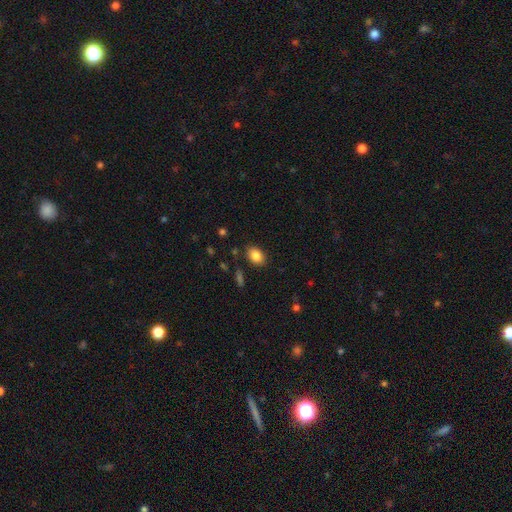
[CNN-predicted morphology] Smooth or featured?
  - smooth: 86% *
  - star or artifact: 9%
  - featured or disk: 6%
How rounded?
  - in between: 78% *
  - round: 21%
  - cigar-shaped: 1%
Merging?
  - none: 85% *
  - minor disturbance: 10%
  - major disturbance: 3%
  - merger: 2%